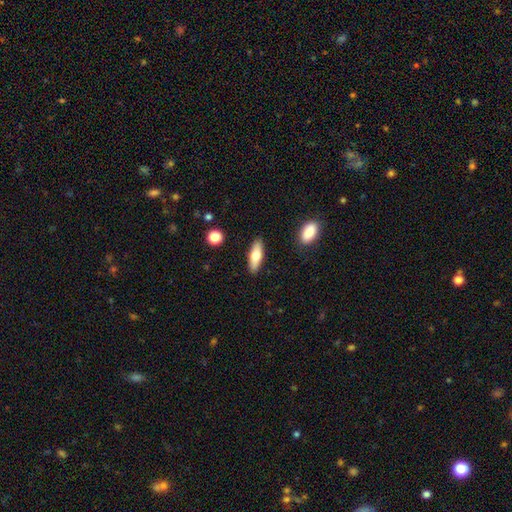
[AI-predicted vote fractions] Smooth or featured?
  - smooth: 69% *
  - featured or disk: 25%
  - star or artifact: 6%
How rounded?
  - in between: 53% *
  - cigar-shaped: 45%
  - round: 2%
Merging?
  - none: 88% *
  - minor disturbance: 8%
  - major disturbance: 2%
  - merger: 2%